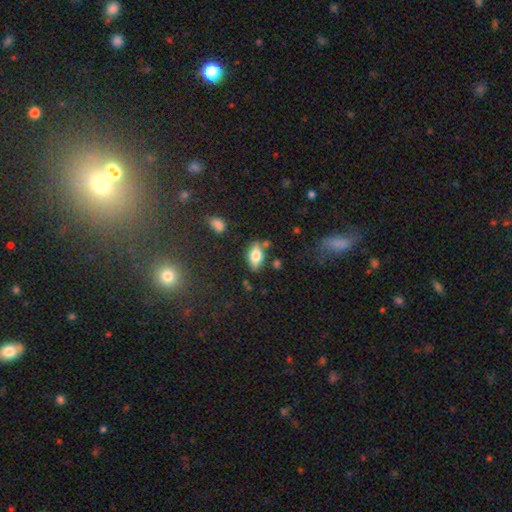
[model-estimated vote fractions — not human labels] A smooth galaxy with no disk features (73%) that is in between round and cigar-shaped (89%).

Vote fractions:
- Smooth or featured? smooth: 73% / featured or disk: 18% / star or artifact: 8%
- How rounded? in between: 89% / round: 6% / cigar-shaped: 5%
- Merging? none: 73% / minor disturbance: 16% / merger: 7% / major disturbance: 4%